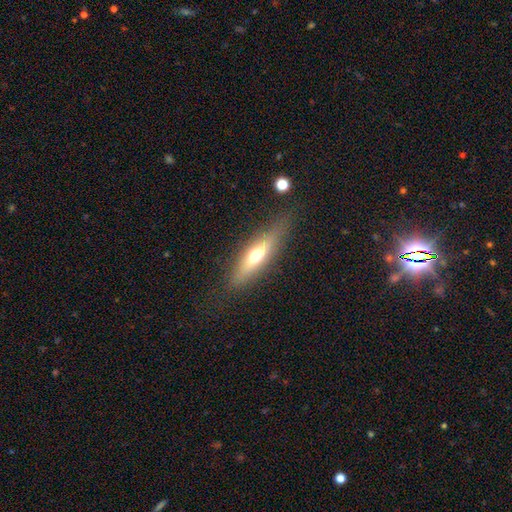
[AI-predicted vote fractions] Overall: smooth (50%; featured or disk 43%). Merging: none (80%).